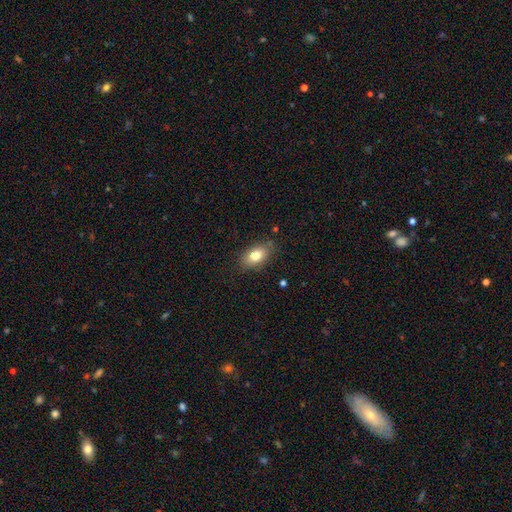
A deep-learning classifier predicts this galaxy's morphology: Smooth or featured?
  - smooth: 79% *
  - featured or disk: 13%
  - star or artifact: 8%
How rounded?
  - in between: 87% *
  - round: 9%
  - cigar-shaped: 4%
Merging?
  - none: 80% *
  - minor disturbance: 15%
  - major disturbance: 3%
  - merger: 2%